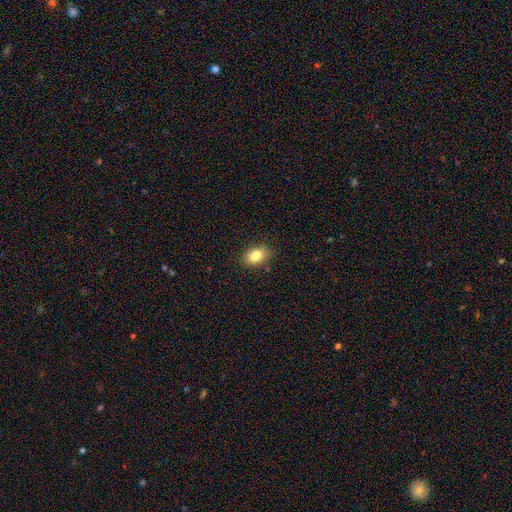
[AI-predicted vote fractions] This is clearly a smooth galaxy (82%). How rounded: clearly in between (84%). Merging: clearly none (83%).